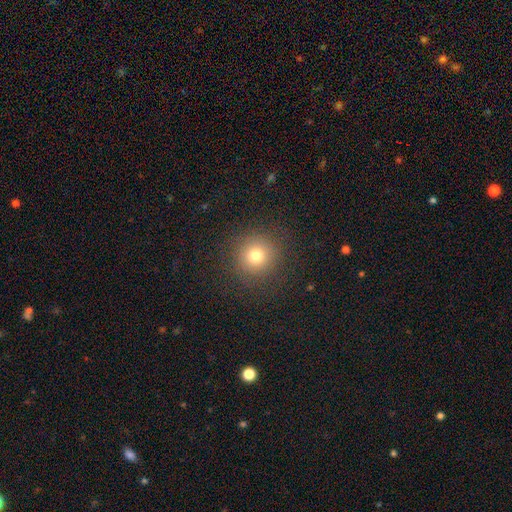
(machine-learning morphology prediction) Q: Smooth or featured?
A: smooth (75%); runner-up: star or artifact (15%)
Q: How rounded?
A: round (93%); runner-up: in between (6%)
Q: Merging?
A: none (88%); runner-up: minor disturbance (7%)